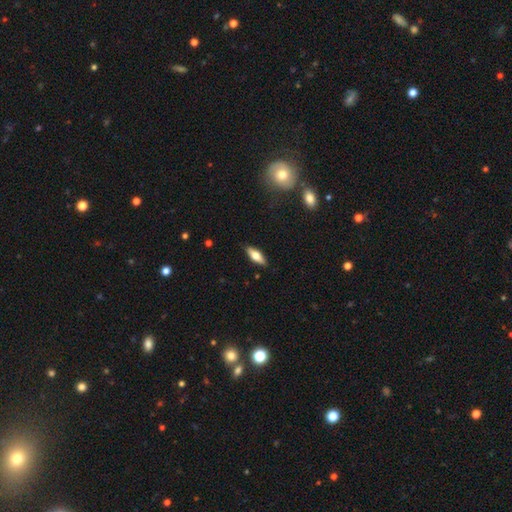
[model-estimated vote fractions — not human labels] smooth_or_featured: smooth (p=0.60) [alt: featured or disk p=0.34]
how_rounded: in between (p=0.61) [alt: cigar-shaped p=0.36]
merging: none (p=0.87) [alt: minor disturbance p=0.10]